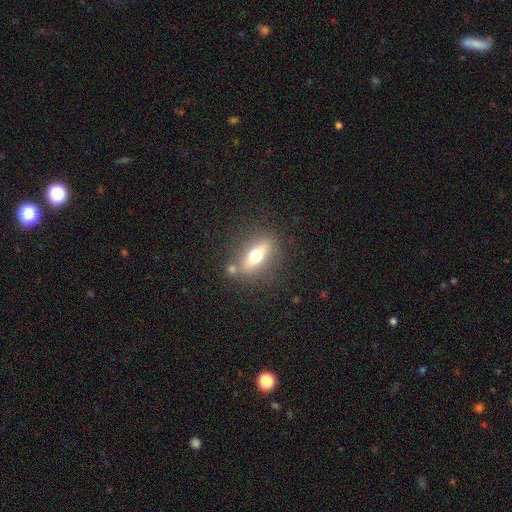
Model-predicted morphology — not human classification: This appears to be a smooth galaxy with no disk features (54%) that is in between round and cigar-shaped (64%). Merging: none (75%).